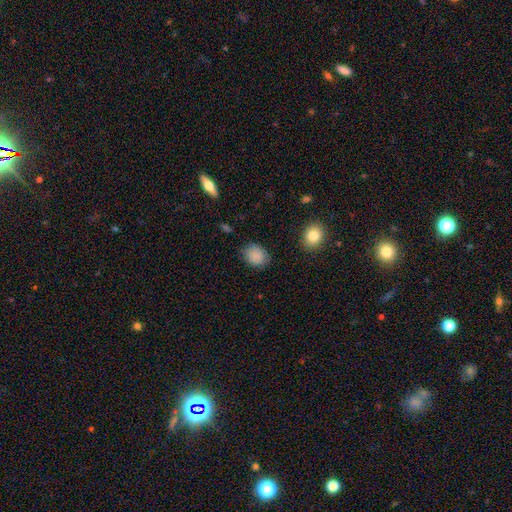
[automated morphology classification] This is clearly a smooth galaxy (88%). How rounded: possibly round (51%). Merging: clearly none (81%).